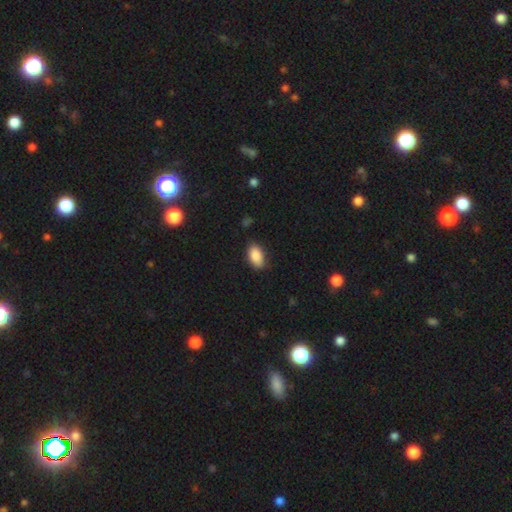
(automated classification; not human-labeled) The model was most divided on "merging": none: 82%, minor disturbance: 14%, major disturbance: 3%, merger: 1%. More confident: how rounded — in between (92%); smooth or featured — smooth (88%).